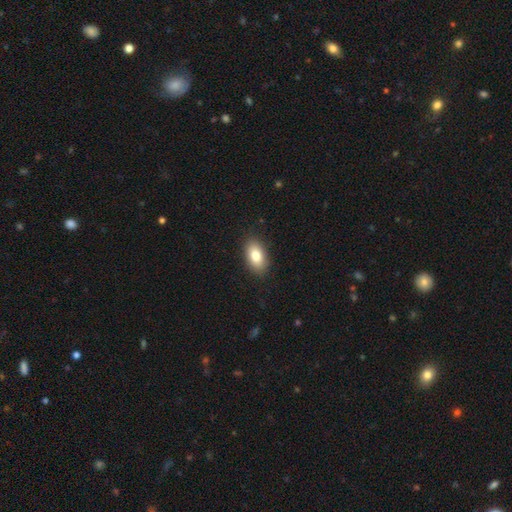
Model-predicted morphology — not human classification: type=smooth (80%); roundness=in between (90%); merging=none (88%).